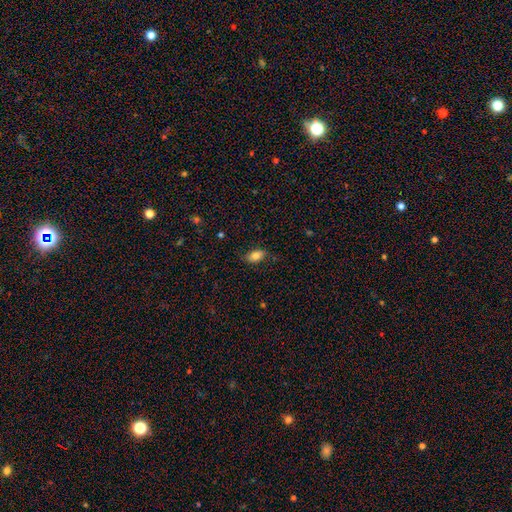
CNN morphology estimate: Smooth or featured? Predicted: smooth (p=0.81). How rounded? Predicted: in between (p=0.90). Merging? Predicted: none (p=0.82).